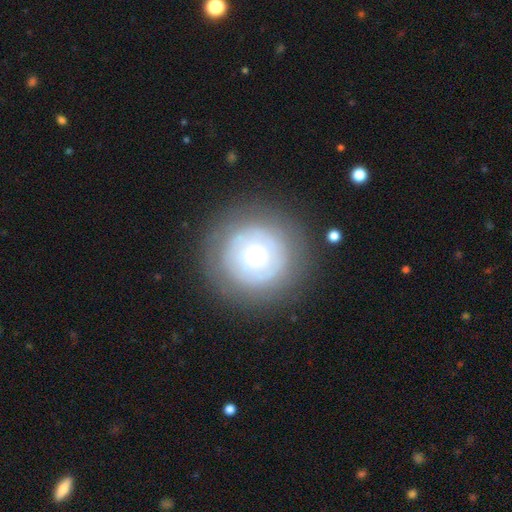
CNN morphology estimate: featured or disk 48%, smooth 45%, star or artifact 7%. Down the decision tree: merging — none (81%).